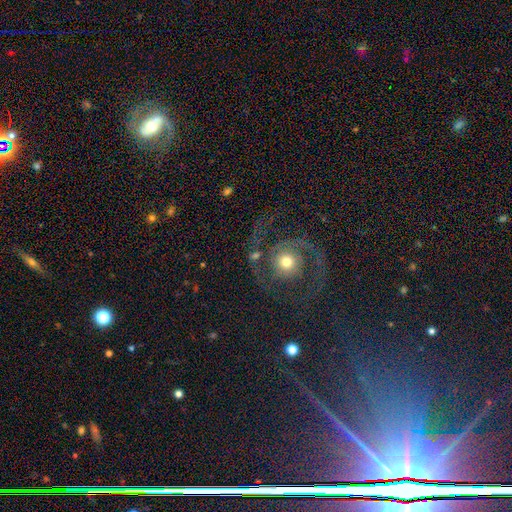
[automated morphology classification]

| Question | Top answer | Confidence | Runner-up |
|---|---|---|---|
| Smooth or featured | featured or disk | 77% | smooth (13%) |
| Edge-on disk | no | 98% | yes (2%) |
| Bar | no | 79% | weak (16%) |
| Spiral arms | yes | 92% | no (8%) |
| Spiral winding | medium | 48% | tight (33%) |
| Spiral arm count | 2 | 78% | 1 (8%) |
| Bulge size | moderate | 64% | small (24%) |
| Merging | none | 64% | major disturbance (18%) |